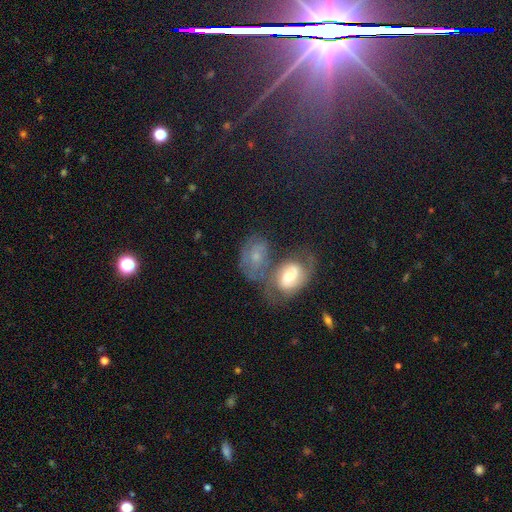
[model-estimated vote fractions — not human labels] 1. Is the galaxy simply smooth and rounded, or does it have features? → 51% featured or disk, 36% smooth, 13% star or artifact.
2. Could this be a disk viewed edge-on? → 95% no, 5% yes.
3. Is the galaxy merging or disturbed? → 38% merger, 34% none, 17% minor disturbance, 11% major disturbance.